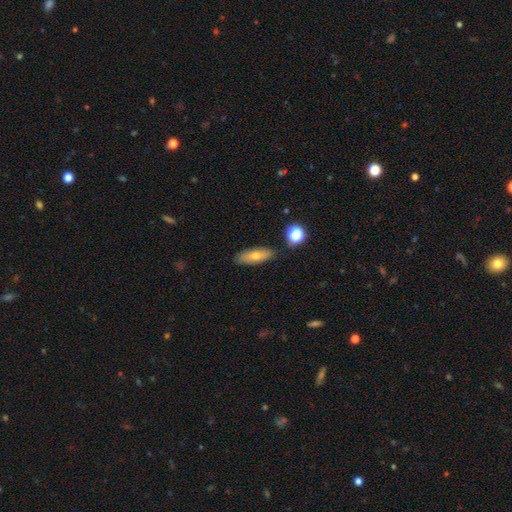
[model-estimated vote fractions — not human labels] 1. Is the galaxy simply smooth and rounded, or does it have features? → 63% smooth, 28% featured or disk, 9% star or artifact.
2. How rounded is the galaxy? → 54% in between, 42% cigar-shaped, 4% round.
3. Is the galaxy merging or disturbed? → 83% none, 12% minor disturbance, 3% merger, 2% major disturbance.